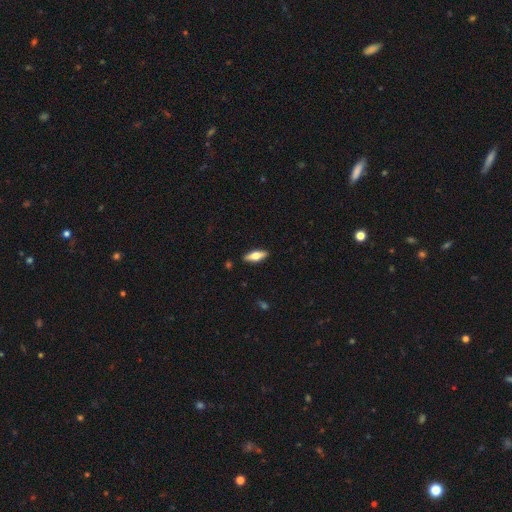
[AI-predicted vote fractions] This is possibly a smooth galaxy (58%). How rounded: possibly in between (57%). Merging: clearly none (90%).